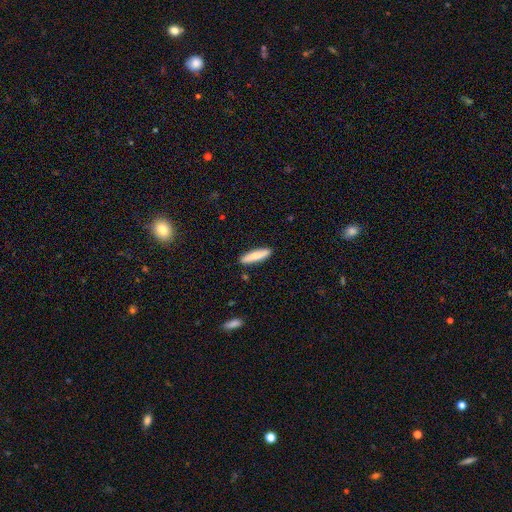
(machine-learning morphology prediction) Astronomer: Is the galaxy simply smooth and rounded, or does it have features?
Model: smooth — 80%.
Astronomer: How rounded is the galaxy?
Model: cigar-shaped — 80%.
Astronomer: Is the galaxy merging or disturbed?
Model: none — 89%.